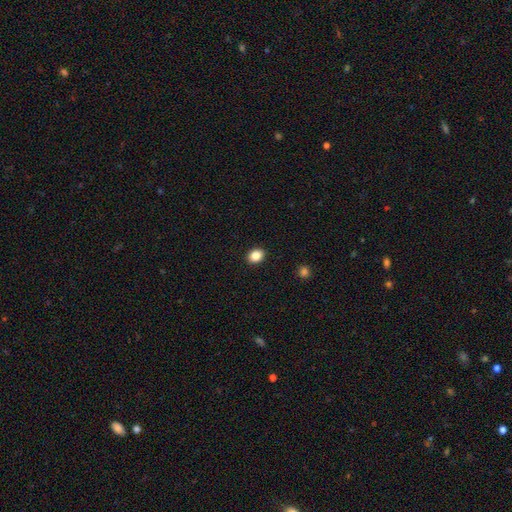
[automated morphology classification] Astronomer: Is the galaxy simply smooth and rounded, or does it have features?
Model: smooth — 86%.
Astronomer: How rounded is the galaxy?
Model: in between — 52% (runner-up: round, 47%).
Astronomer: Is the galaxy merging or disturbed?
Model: none — 91%.